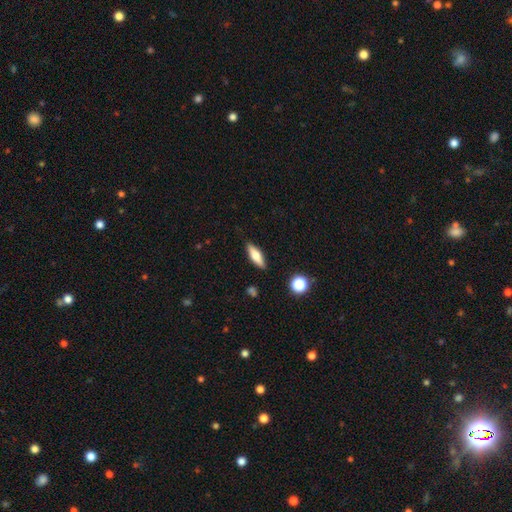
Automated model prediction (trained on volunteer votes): smooth_or_featured: smooth (p=0.57) [alt: featured or disk p=0.35]
how_rounded: cigar-shaped (p=0.51) [alt: in between p=0.46]
merging: none (p=0.88) [alt: minor disturbance p=0.09]